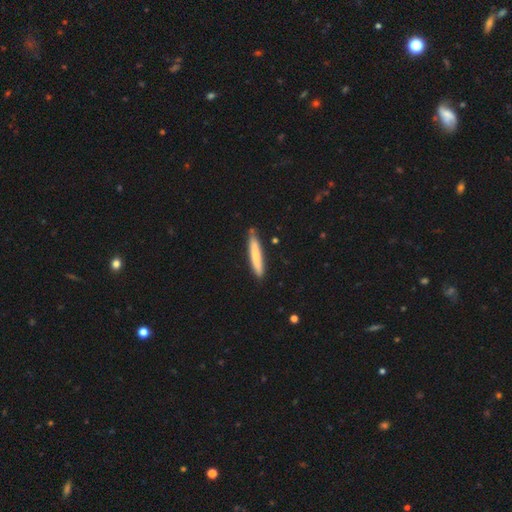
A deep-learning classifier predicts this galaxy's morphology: A smooth galaxy with no disk features (73%) that is cigar-shaped (93%). Merging: none (82%).